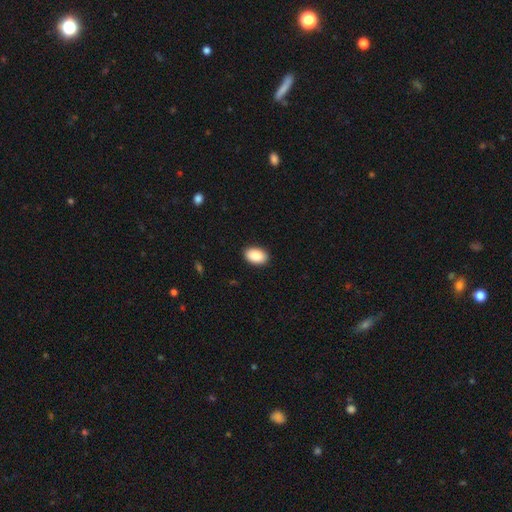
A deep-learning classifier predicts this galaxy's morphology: Smooth or featured?
  - smooth: 89% *
  - star or artifact: 7%
  - featured or disk: 4%
How rounded?
  - in between: 91% *
  - round: 8%
  - cigar-shaped: 1%
Merging?
  - none: 91% *
  - minor disturbance: 7%
  - major disturbance: 2%
  - merger: 1%